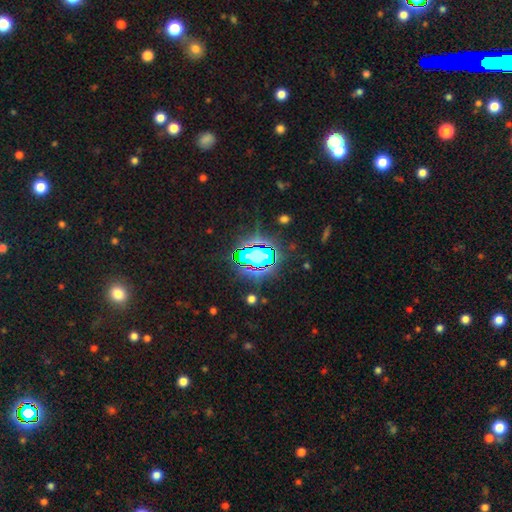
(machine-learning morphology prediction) Smooth or featured? star or artifact (64%)